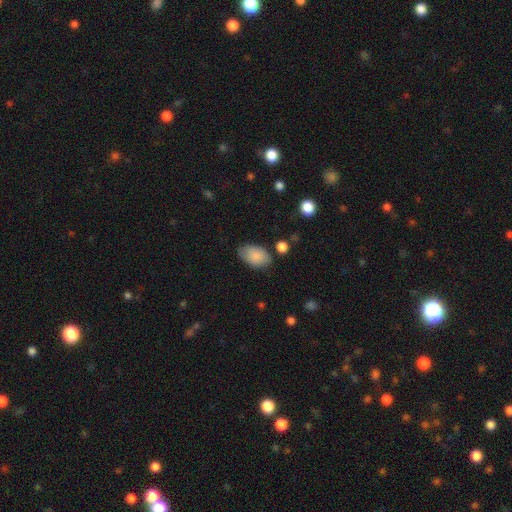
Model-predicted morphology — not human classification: smooth_or_featured: smooth (p=0.84) [alt: featured or disk p=0.09]
how_rounded: in between (p=0.92) [alt: round p=0.06]
merging: none (p=0.72) [alt: minor disturbance p=0.21]